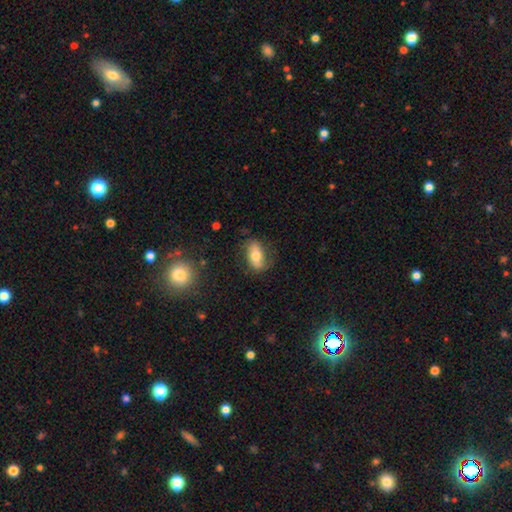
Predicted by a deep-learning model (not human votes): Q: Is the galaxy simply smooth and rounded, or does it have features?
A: smooth — 66%.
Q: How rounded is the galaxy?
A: in between — 82%.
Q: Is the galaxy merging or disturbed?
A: none — 75%.